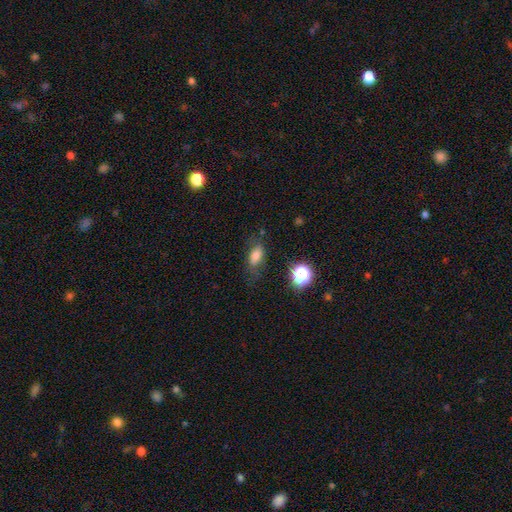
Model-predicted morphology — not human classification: Smooth or featured?
  - smooth: 75% *
  - star or artifact: 13%
  - featured or disk: 12%
How rounded?
  - in between: 81% *
  - round: 10%
  - cigar-shaped: 9%
Merging?
  - none: 63% *
  - minor disturbance: 23%
  - major disturbance: 11%
  - merger: 3%